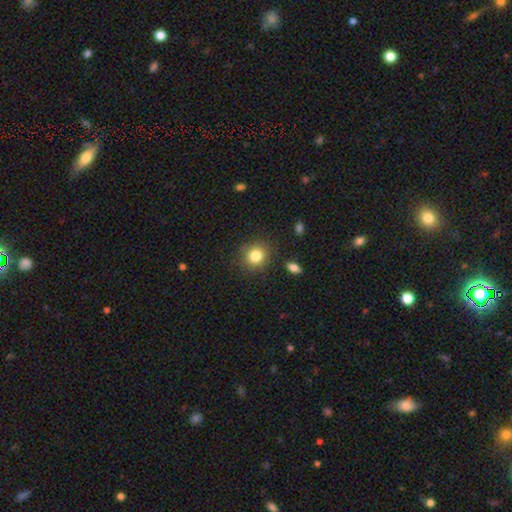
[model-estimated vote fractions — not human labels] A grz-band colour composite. It shows a smooth galaxy with no disk features (83%) that is round (79%). Merging: none (84%).